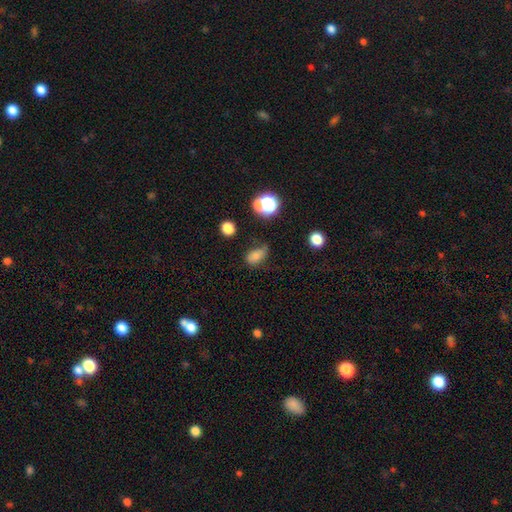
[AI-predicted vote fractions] The model was most divided on "merging": none: 48%, minor disturbance: 31%, major disturbance: 15%, merger: 6%. More confident: how rounded — in between (80%); smooth or featured — smooth (73%).